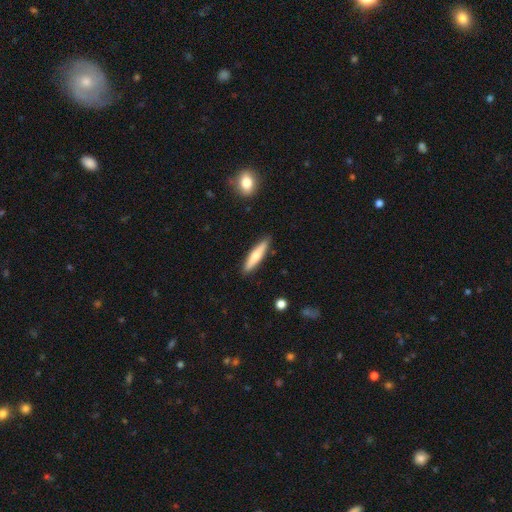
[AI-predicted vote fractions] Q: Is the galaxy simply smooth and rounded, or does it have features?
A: smooth — 63%.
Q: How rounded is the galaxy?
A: cigar-shaped — 84%.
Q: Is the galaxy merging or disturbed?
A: none — 89%.